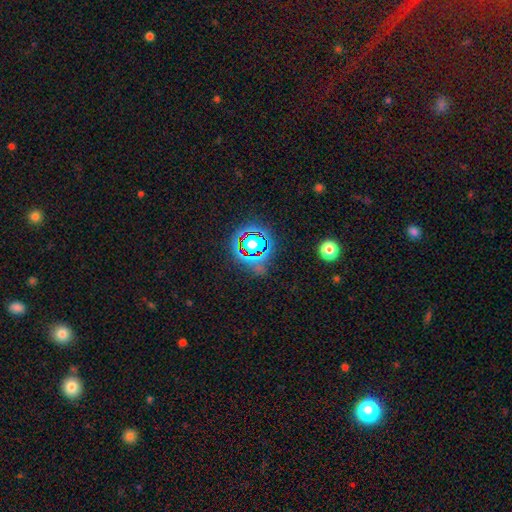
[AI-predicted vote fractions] A star or artifact, not a galaxy (79%).

Vote fractions:
- Smooth or featured? star or artifact: 79% / smooth: 13% / featured or disk: 8%